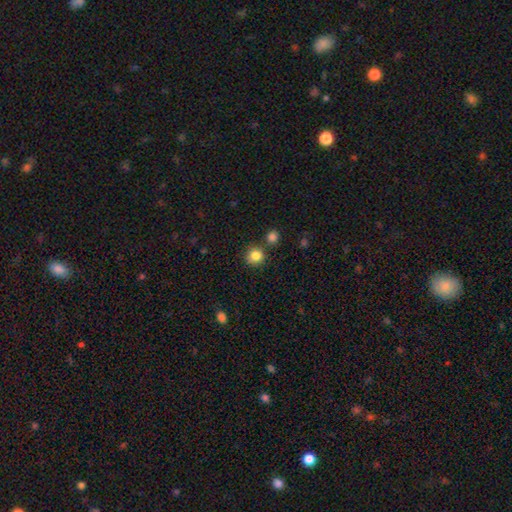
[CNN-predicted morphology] smooth-or-featured: smooth: 85% | star or artifact: 11% | featured or disk: 4%
  how-rounded: round: 89% | in between: 10% | cigar-shaped: 1%
  merging: none: 79% | merger: 10% | minor disturbance: 9% | major disturbance: 3%